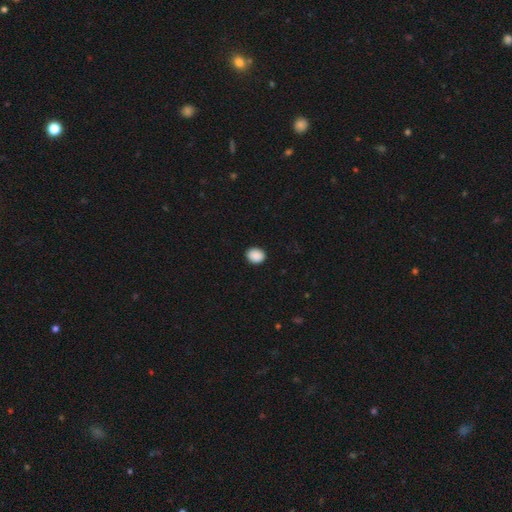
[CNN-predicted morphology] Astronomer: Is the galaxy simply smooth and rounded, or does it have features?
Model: smooth — 90%.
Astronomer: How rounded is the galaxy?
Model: round — 58% (runner-up: in between, 41%).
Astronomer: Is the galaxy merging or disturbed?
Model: none — 90%.